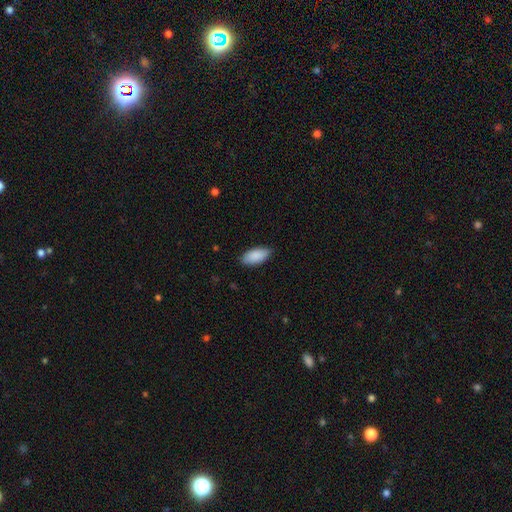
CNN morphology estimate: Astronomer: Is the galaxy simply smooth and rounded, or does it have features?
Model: smooth — 90%.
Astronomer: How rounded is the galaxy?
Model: in between — 91%.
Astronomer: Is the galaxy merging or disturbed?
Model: none — 84%.